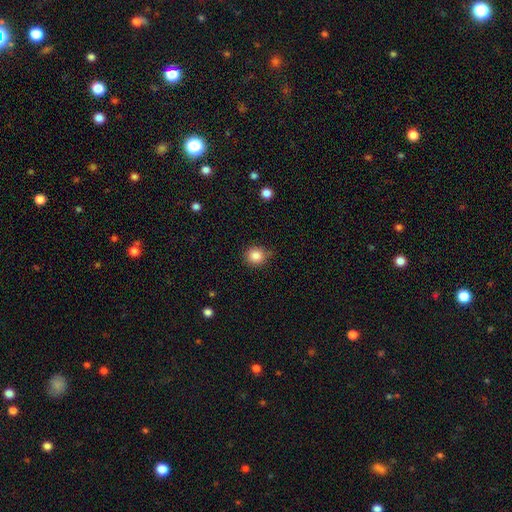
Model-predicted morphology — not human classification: smooth 85%, star or artifact 10%, featured or disk 5%. Down the decision tree: how rounded — round (89%); merging — none (78%).